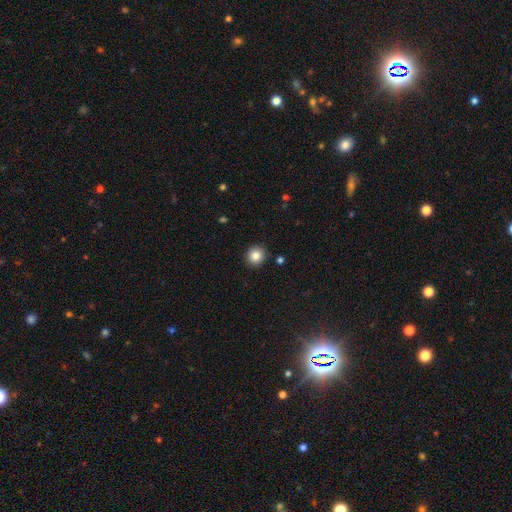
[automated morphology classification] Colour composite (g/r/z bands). It shows a smooth galaxy with no disk features (84%) that is round (93%). Merging: none (91%).